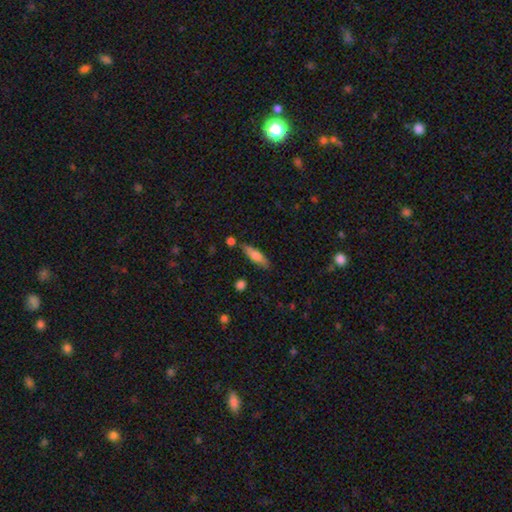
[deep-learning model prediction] Smooth or featured?
  - smooth: 65% *
  - featured or disk: 28%
  - star or artifact: 7%
How rounded?
  - cigar-shaped: 60% *
  - in between: 37%
  - round: 2%
Merging?
  - none: 76% *
  - minor disturbance: 15%
  - merger: 6%
  - major disturbance: 3%